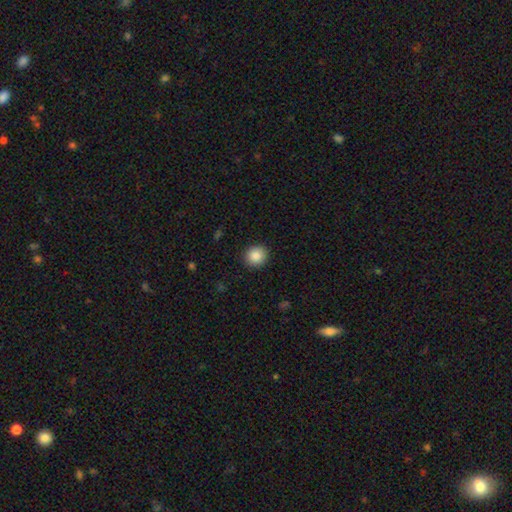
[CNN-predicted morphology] type=smooth (88%); roundness=round (89%); merging=none (91%).